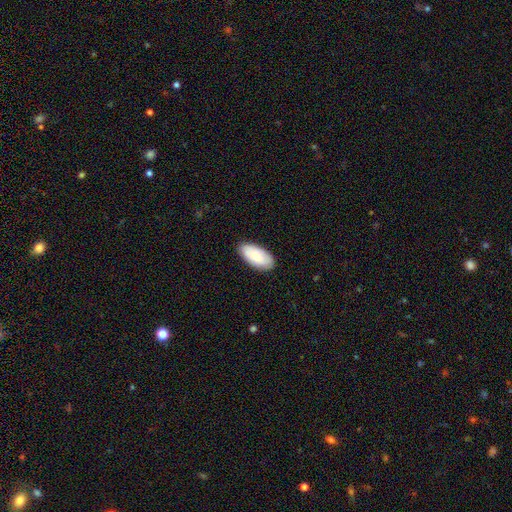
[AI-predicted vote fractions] smooth-or-featured: smooth: 82% | featured or disk: 13% | star or artifact: 5%
  how-rounded: in between: 94% | cigar-shaped: 5% | round: 2%
  merging: none: 87% | minor disturbance: 10% | major disturbance: 2% | merger: 1%